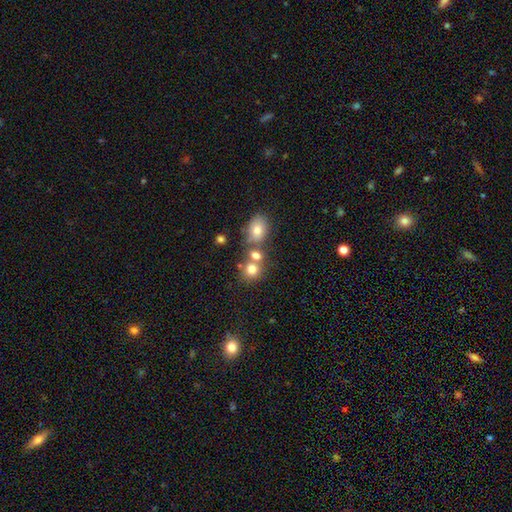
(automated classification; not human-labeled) smooth-or-featured: smooth: 76% | star or artifact: 12% | featured or disk: 12%
  how-rounded: round: 62% | in between: 37% | cigar-shaped: 1%
  merging: none: 44% | merger: 43% | minor disturbance: 9% | major disturbance: 4%